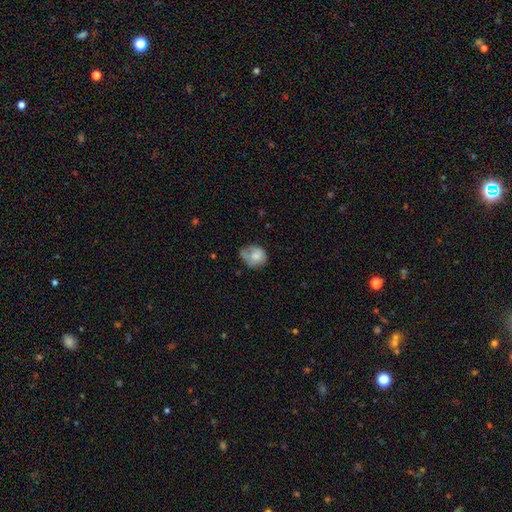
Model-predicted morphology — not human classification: type=smooth (69%); roundness=round (58%); merging=none (40%).